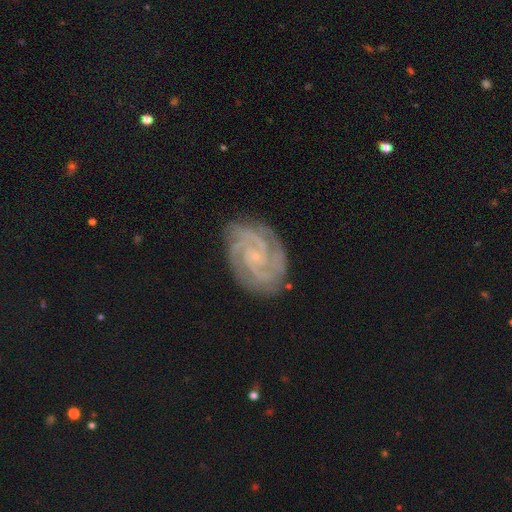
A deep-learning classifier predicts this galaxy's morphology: Overall: featured or disk (89%). Edge-on disk: no (98%). Bar: no (61%; weak 30%). Spiral arms: yes (99%). Spiral arm count: 2 (32%; 3 29%). Spiral winding: tight (72%). Bulge size: small (81%). Merging: none (83%).